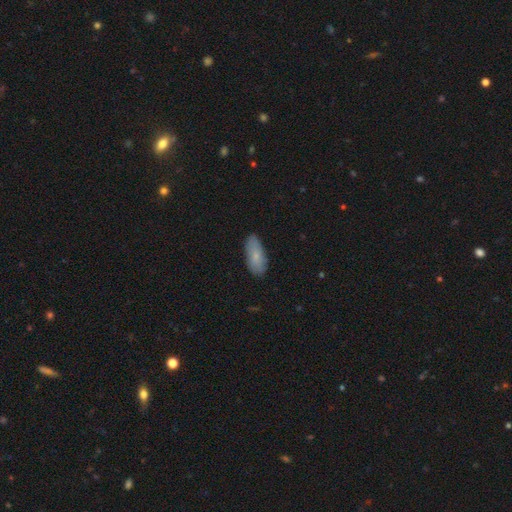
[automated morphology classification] Smooth or featured? smooth (79%)
How rounded? in between (82%)
Merging? none (81%)